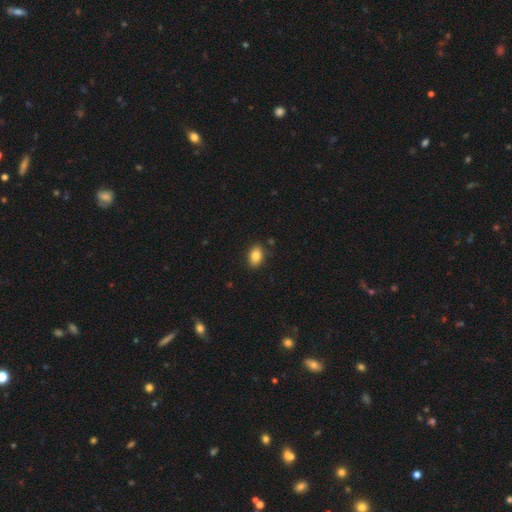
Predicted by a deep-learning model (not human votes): A smooth galaxy with no disk features (85%) that is in between round and cigar-shaped (83%). Merging: none (86%).